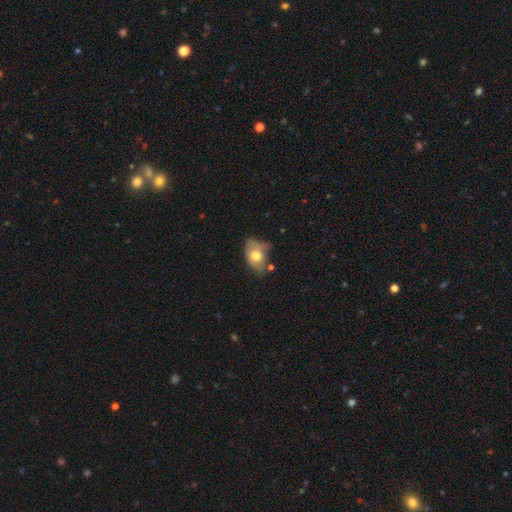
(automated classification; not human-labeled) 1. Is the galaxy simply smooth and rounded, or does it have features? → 64% smooth, 29% featured or disk, 7% star or artifact.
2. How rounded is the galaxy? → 86% in between, 12% round, 2% cigar-shaped.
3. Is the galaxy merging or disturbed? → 37% none, 35% minor disturbance, 17% major disturbance, 10% merger.